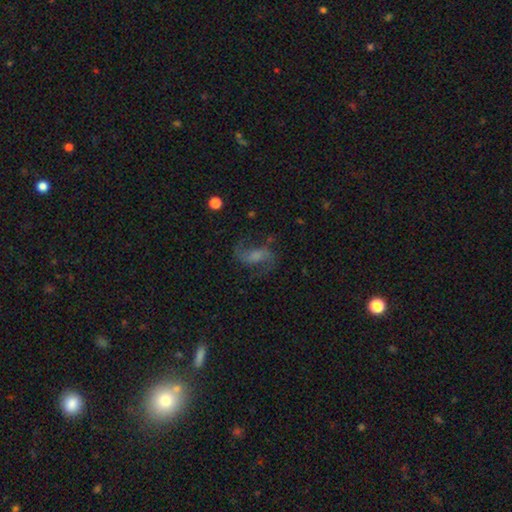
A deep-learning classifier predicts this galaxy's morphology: A featured or disk galaxy (69%) with a weak bar (45%), 2 (89%) loose (60%) spiral arms (91%) and no central bulge (34%). Merging: none (65%).